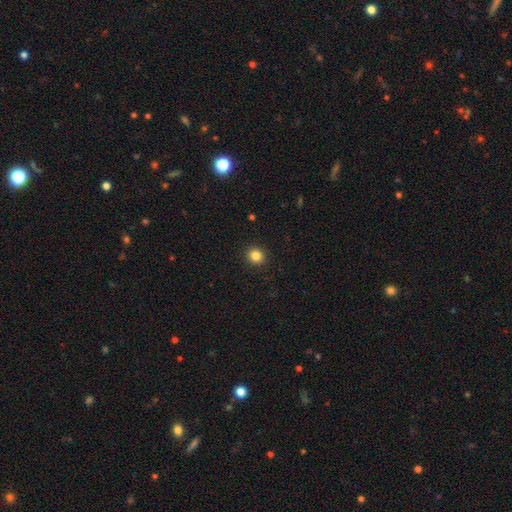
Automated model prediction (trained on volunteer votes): Smooth or featured? smooth (84%)
How rounded? round (89%)
Merging? none (93%)